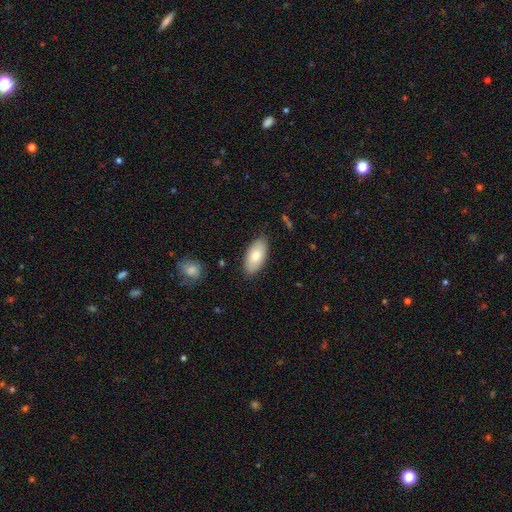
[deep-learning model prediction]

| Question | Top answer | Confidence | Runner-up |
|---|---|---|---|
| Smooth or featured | smooth | 78% | featured or disk (16%) |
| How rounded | in between | 93% | cigar-shaped (5%) |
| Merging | none | 85% | minor disturbance (12%) |